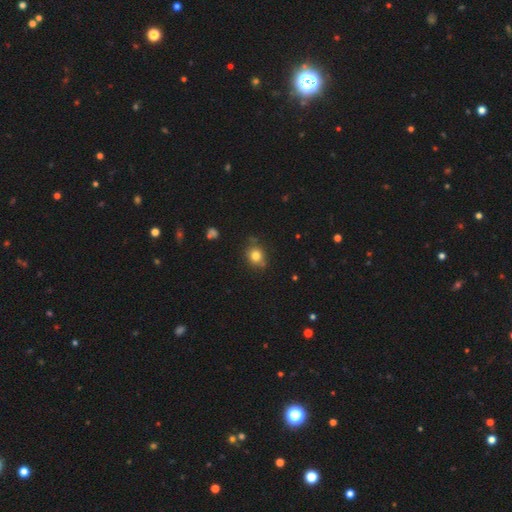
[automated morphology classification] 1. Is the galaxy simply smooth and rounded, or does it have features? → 79% smooth, 12% star or artifact, 9% featured or disk.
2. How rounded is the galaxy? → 69% round, 30% in between, 1% cigar-shaped.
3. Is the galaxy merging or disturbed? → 76% none, 17% minor disturbance, 4% merger, 3% major disturbance.